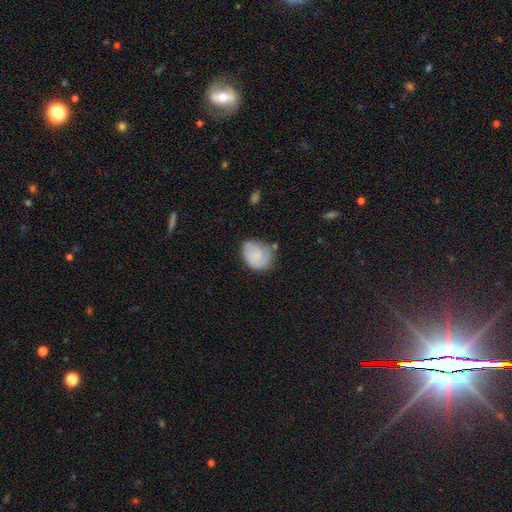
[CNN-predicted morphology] Smooth or featured? Predicted: smooth (p=0.59). How rounded? Predicted: in between (p=0.54). Merging? Predicted: none (p=0.53).